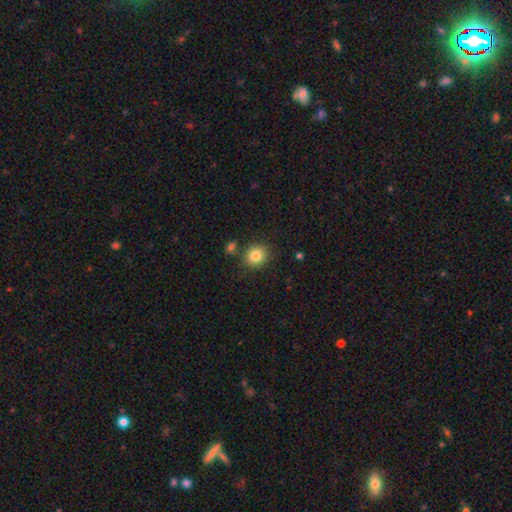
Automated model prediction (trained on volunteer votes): smooth 83%, star or artifact 10%, featured or disk 7%. Down the decision tree: how rounded — round (82%); merging — none (79%).